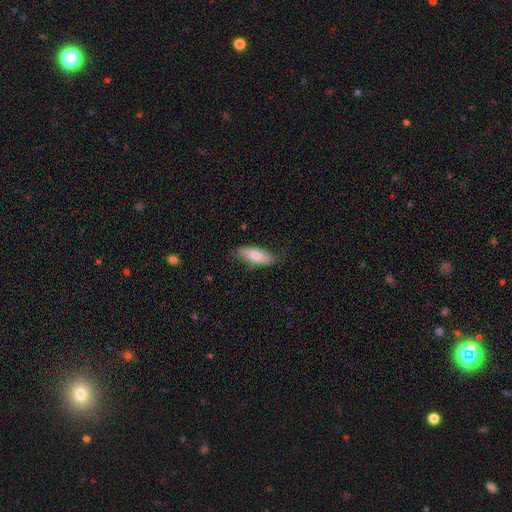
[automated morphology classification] Smooth or featured?
  - smooth: 69% *
  - featured or disk: 25%
  - star or artifact: 6%
How rounded?
  - in between: 77% *
  - cigar-shaped: 20%
  - round: 3%
Merging?
  - none: 69% *
  - minor disturbance: 24%
  - major disturbance: 6%
  - merger: 1%